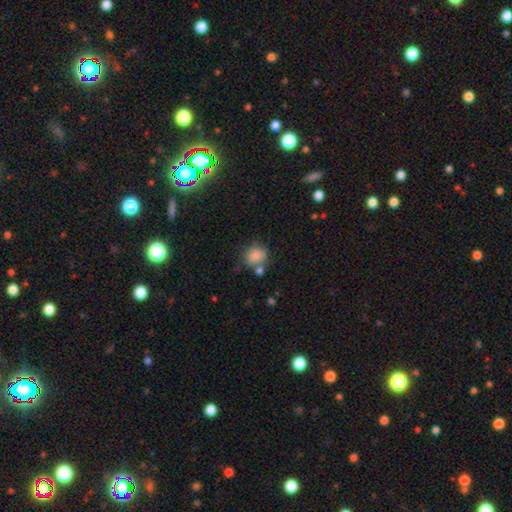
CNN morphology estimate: Smooth or featured: smooth — 83% (star or artifact — 9%)
How rounded: round — 68% (in between — 31%)
Merging: none — 58% (minor disturbance — 19%)